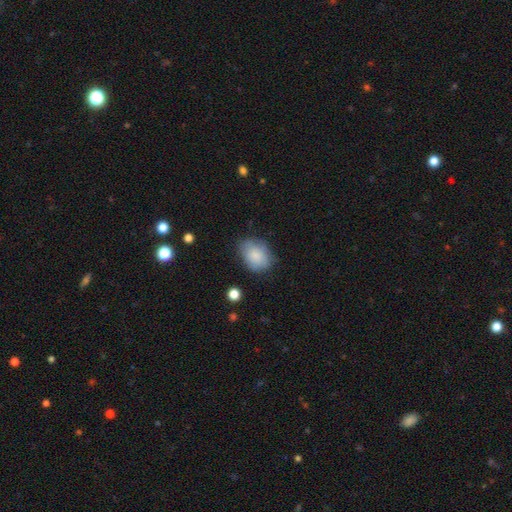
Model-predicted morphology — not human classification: smooth 80%, featured or disk 13%, star or artifact 7%. Down the decision tree: how rounded — in between (67%); merging — none (67%).